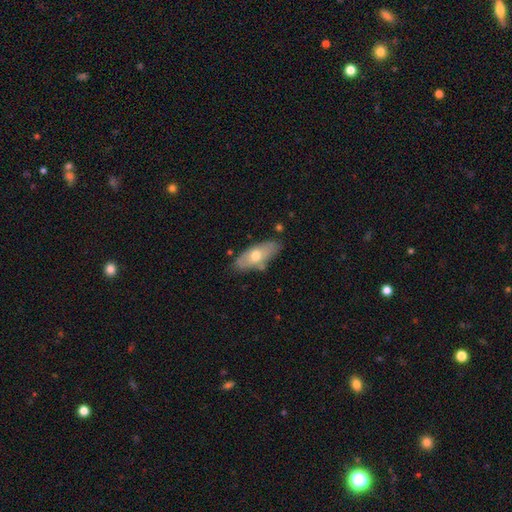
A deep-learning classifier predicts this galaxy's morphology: The model was most divided on "smooth or featured": smooth: 55%, featured or disk: 39%, star or artifact: 6%. More confident: how rounded — in between (81%); merging — none (72%).